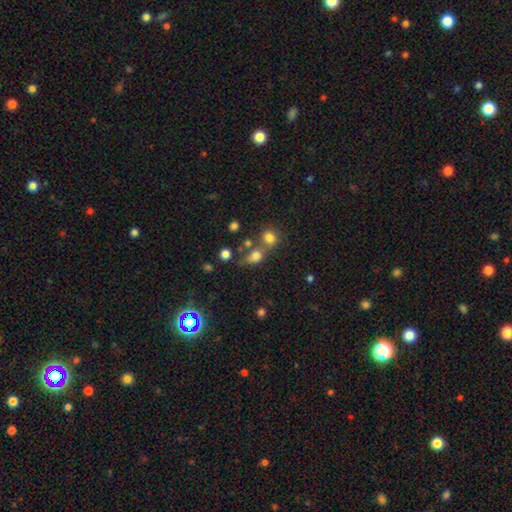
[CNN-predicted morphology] Smooth or featured: smooth — 73% (star or artifact — 15%)
How rounded: round — 52% (in between — 44%)
Merging: none — 39% (merger — 36%)